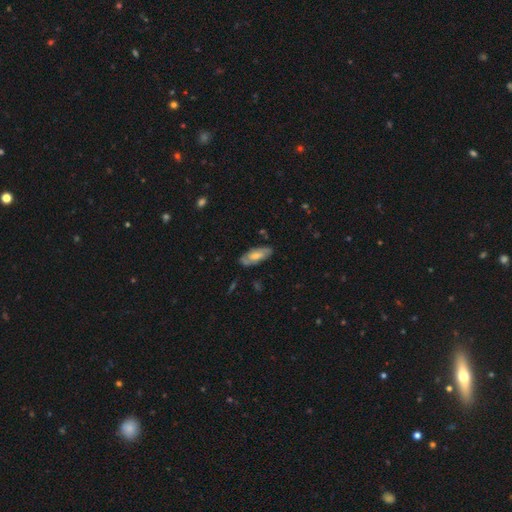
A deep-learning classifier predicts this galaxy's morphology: type=featured or disk (50%); merging=none (76%).